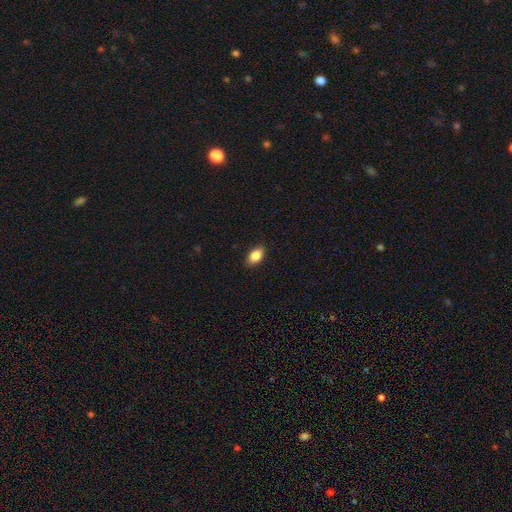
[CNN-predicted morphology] Smooth or featured? smooth (87%)
How rounded? in between (90%)
Merging? none (88%)